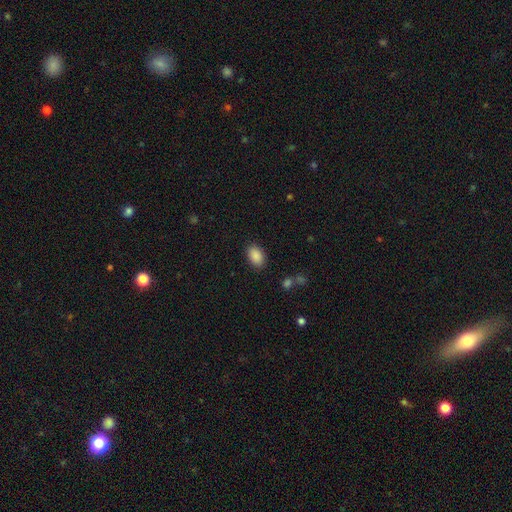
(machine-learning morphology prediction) Q: Smooth or featured?
A: smooth (88%); runner-up: star or artifact (8%)
Q: How rounded?
A: in between (89%); runner-up: round (10%)
Q: Merging?
A: none (87%); runner-up: minor disturbance (9%)